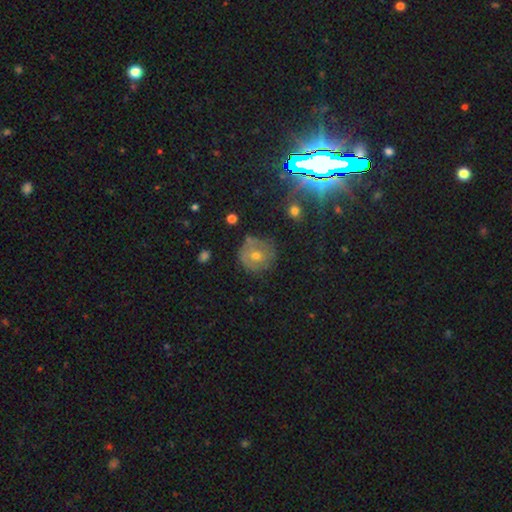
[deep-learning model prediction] The model was most divided on "smooth or featured": featured or disk: 40%, smooth: 38%, star or artifact: 21%. More confident: merging — none (71%).